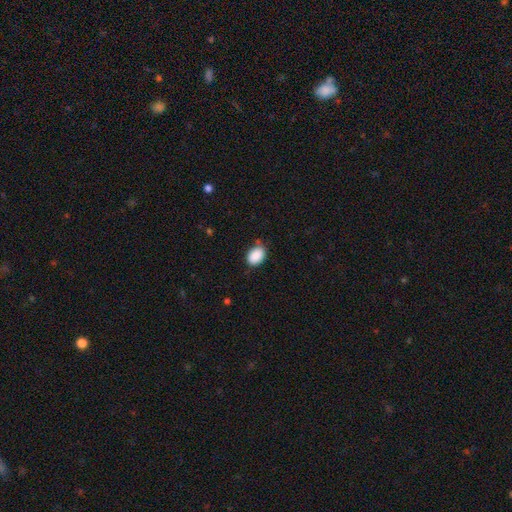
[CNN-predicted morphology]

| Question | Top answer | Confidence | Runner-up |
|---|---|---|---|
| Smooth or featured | smooth | 89% | star or artifact (7%) |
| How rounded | in between | 82% | round (17%) |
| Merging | none | 75% | minor disturbance (20%) |